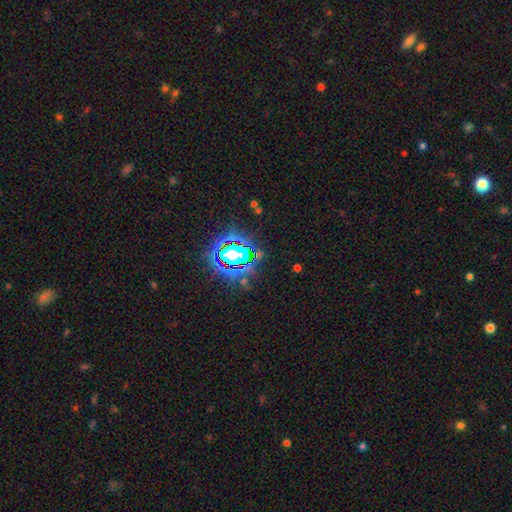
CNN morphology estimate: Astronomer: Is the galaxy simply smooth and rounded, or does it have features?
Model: star or artifact — 79%.